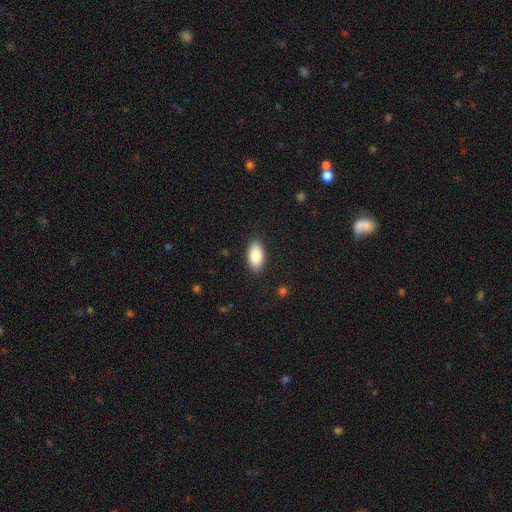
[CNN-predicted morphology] The model was most divided on "smooth or featured": smooth: 85%, featured or disk: 9%, star or artifact: 6%. More confident: how rounded — in between (93%); merging — none (88%).